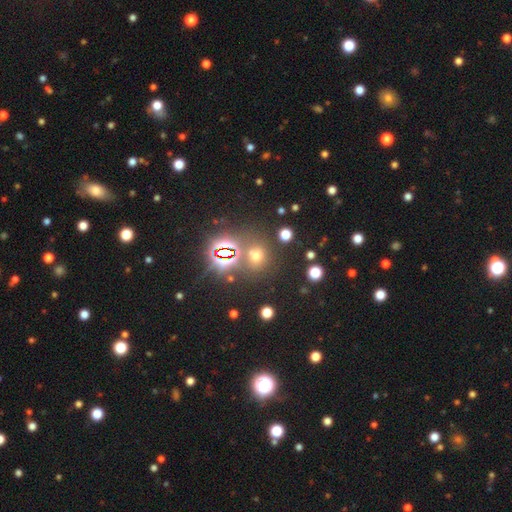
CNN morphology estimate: This is possibly a smooth galaxy (47%). Merging: likely none (72%).